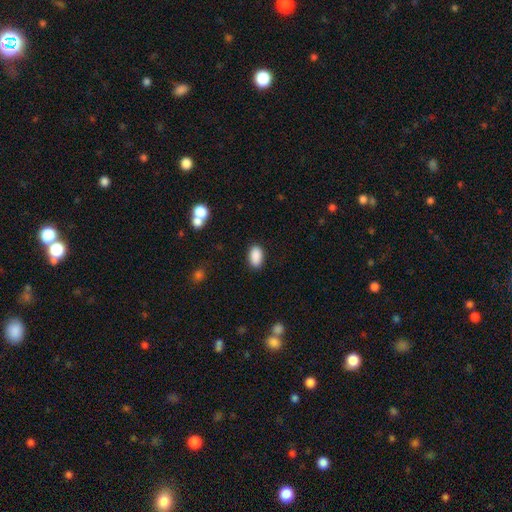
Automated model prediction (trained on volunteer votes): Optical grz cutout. It shows a smooth galaxy with no disk features (89%) that is in between round and cigar-shaped (92%). Merging: none (87%).